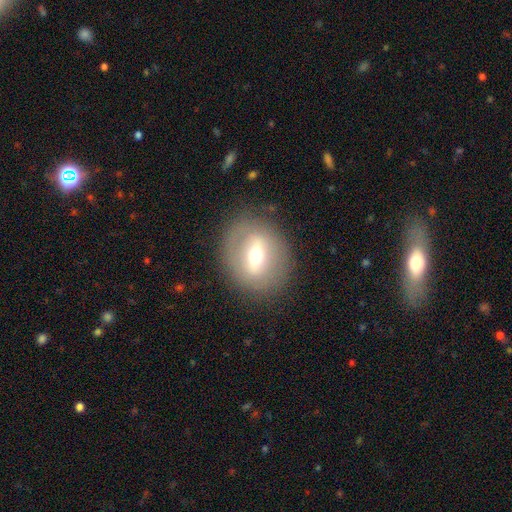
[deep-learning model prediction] Smooth or featured: featured or disk — 54% (smooth — 38%)
Edge-on disk: no — 84% (yes — 16%)
Merging: none — 82% (minor disturbance — 11%)